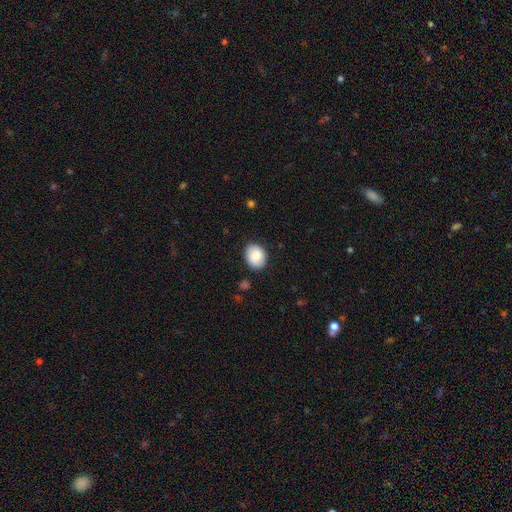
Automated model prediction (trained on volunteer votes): Smooth or featured: smooth — 84% (featured or disk — 8%)
How rounded: in between — 59% (round — 40%)
Merging: none — 86% (minor disturbance — 11%)